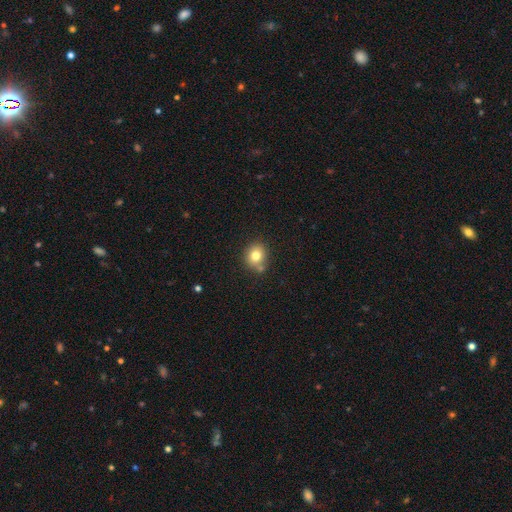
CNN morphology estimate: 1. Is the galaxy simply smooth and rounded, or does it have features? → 79% smooth, 11% star or artifact, 10% featured or disk.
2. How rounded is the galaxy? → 74% round, 25% in between, 1% cigar-shaped.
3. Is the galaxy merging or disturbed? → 71% none, 14% minor disturbance, 12% merger, 3% major disturbance.